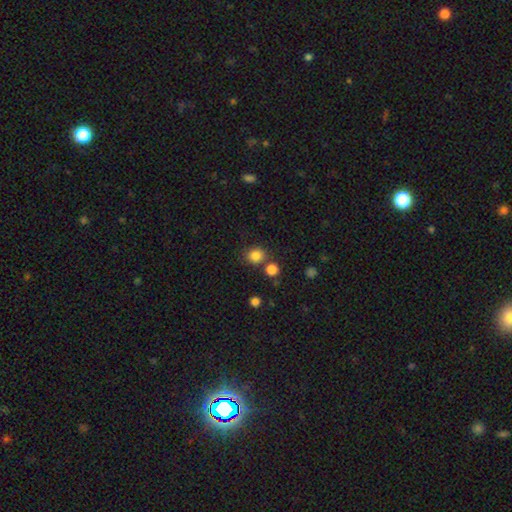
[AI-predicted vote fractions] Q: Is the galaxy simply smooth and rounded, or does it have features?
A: smooth — 83%.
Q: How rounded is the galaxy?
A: round — 85%.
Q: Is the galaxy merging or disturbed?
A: none — 74%.